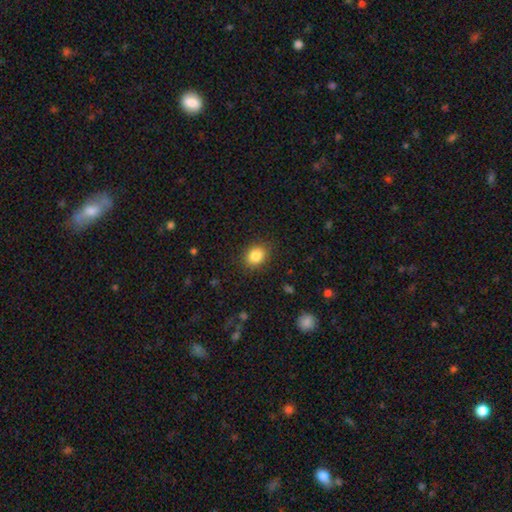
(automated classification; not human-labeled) This is clearly a smooth galaxy (85%). How rounded: possibly in between (50%, tied with round). Merging: clearly none (86%).